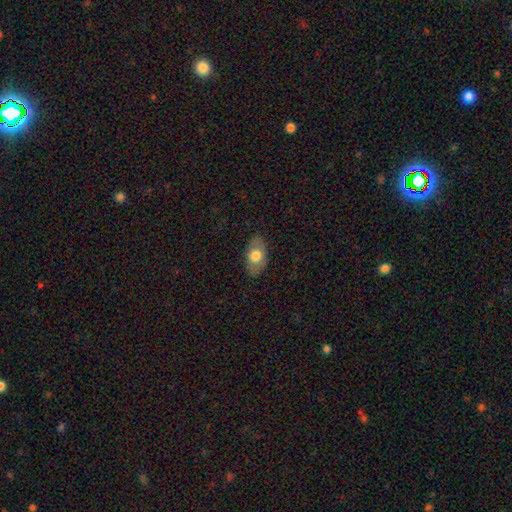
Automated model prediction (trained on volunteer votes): Smooth or featured: smooth — 68% (featured or disk — 25%)
How rounded: in between — 90% (round — 8%)
Merging: none — 82% (minor disturbance — 13%)